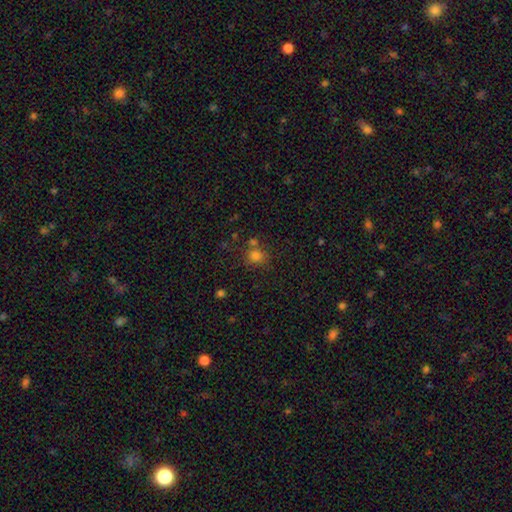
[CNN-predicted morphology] A smooth galaxy with no disk features (78%) that is round (84%). Merging: none (67%).